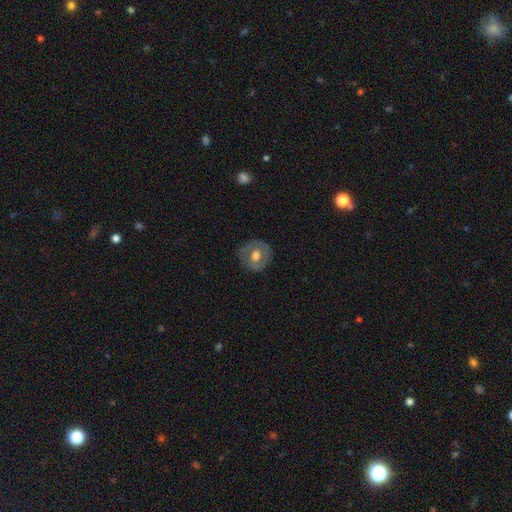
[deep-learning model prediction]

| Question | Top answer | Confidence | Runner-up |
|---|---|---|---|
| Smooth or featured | smooth | 50% | featured or disk (43%) |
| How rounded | round | 85% | in between (14%) |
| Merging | none | 82% | minor disturbance (13%) |